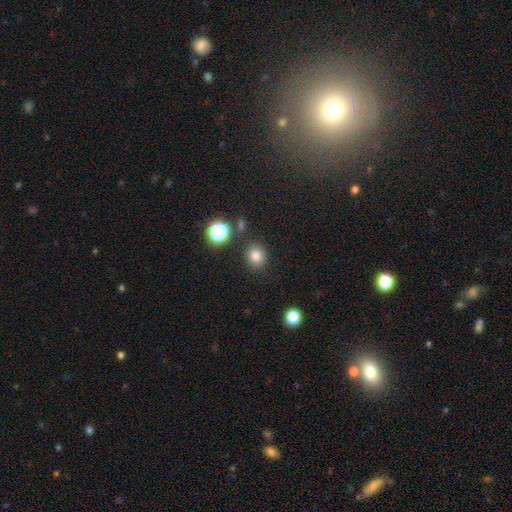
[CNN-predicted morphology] The model was most divided on "how rounded": round: 77%, in between: 23%, cigar-shaped: 1%. More confident: merging — none (85%); smooth or featured — smooth (79%).